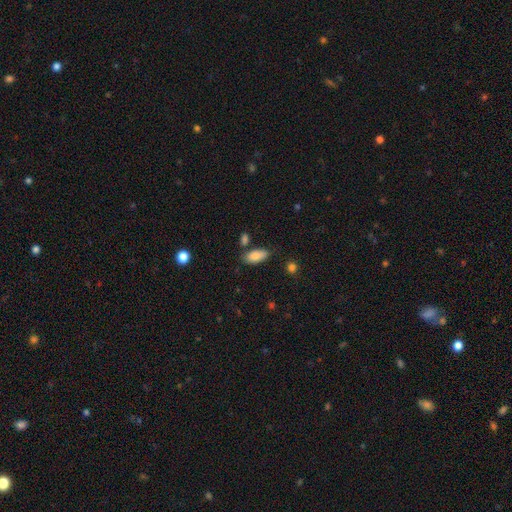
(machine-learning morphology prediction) This is clearly a smooth galaxy (85%). How rounded: clearly in between (89%). Merging: likely none (72%).